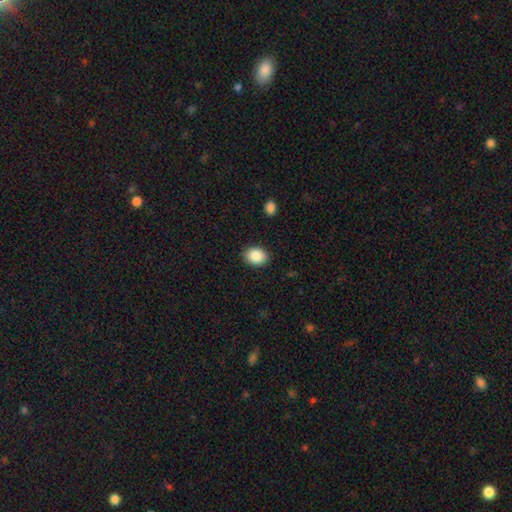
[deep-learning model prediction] This appears to be a smooth galaxy with no disk features (88%) that is in between round and cigar-shaped (59%). Merging: none (89%).